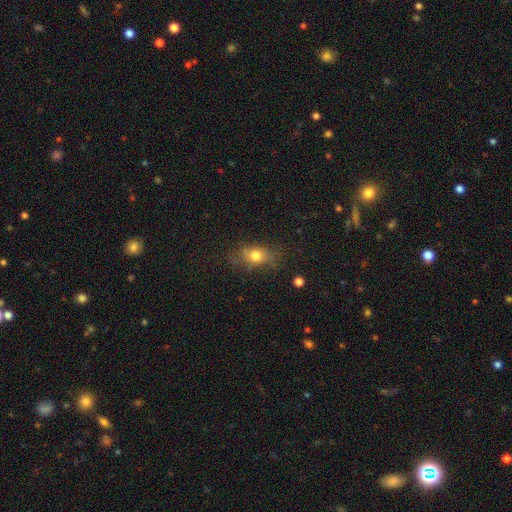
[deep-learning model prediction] The model was most divided on "merging": none: 60%, minor disturbance: 24%, major disturbance: 13%, merger: 2%. More confident: smooth or featured — smooth (72%); how rounded — in between (68%).